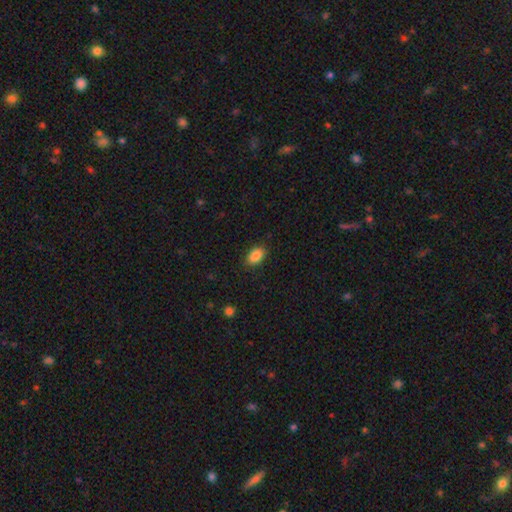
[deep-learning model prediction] Smooth or featured? Predicted: smooth (p=0.88). How rounded? Predicted: in between (p=0.90). Merging? Predicted: none (p=0.86).